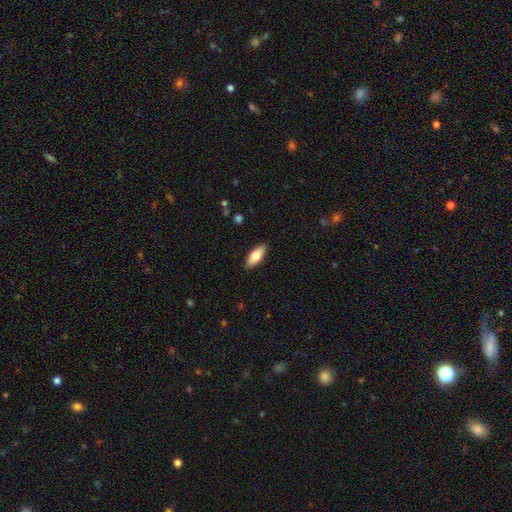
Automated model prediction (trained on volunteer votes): smooth 78%, featured or disk 16%, star or artifact 6%. Down the decision tree: how rounded — in between (78%); merging — none (90%).